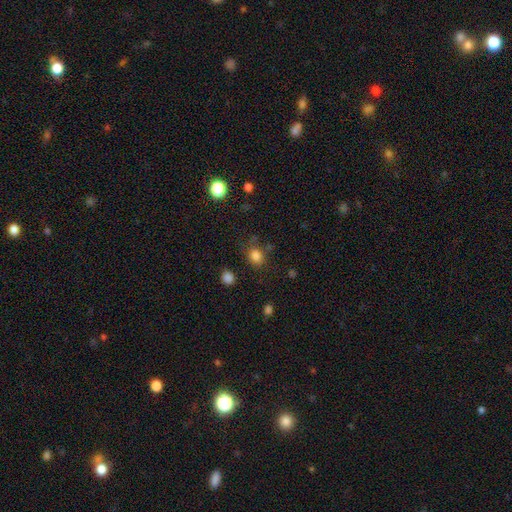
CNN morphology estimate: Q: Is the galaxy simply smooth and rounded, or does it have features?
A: smooth — 81%.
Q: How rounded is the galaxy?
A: round — 54%.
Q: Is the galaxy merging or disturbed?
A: none — 71%.